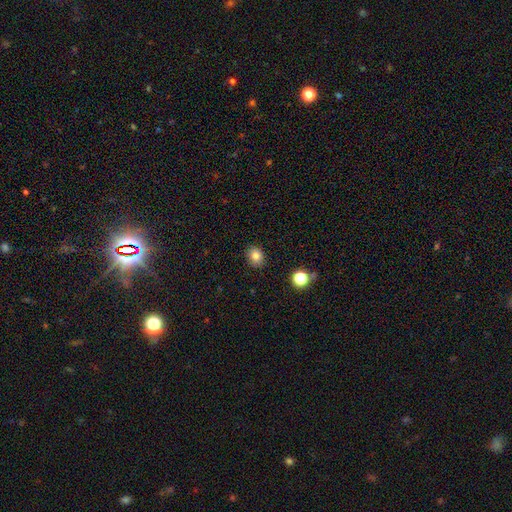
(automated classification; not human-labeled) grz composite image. It shows a smooth galaxy with no disk features (81%) that is round (58%). Merging: none (88%).